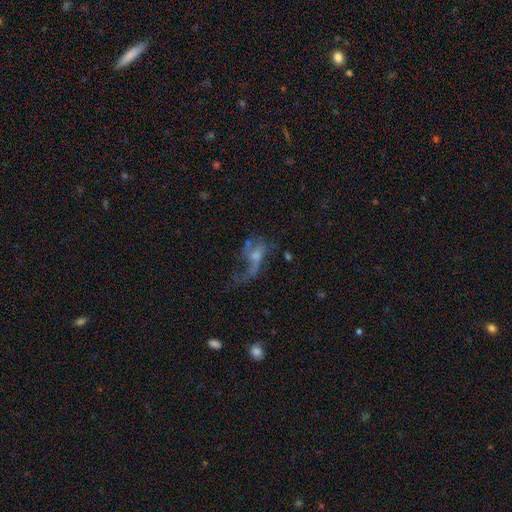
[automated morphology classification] A featured or disk galaxy (62%) with no bar (66%), spiral arms (61%) and a small central bulge (42%).

Vote fractions:
- Smooth or featured? featured or disk: 62% / smooth: 22% / star or artifact: 16%
- Edge-on disk? no: 91% / yes: 9%
- Bar? no: 66% / weak: 27% / strong: 7%
- Spiral arms? yes: 61% / no: 39%
- Bulge size? small: 42% / moderate: 35% / none: 16% / large: 5% / dominant: 2%
- Merging? major disturbance: 47% / none: 31% / minor disturbance: 16% / merger: 7%